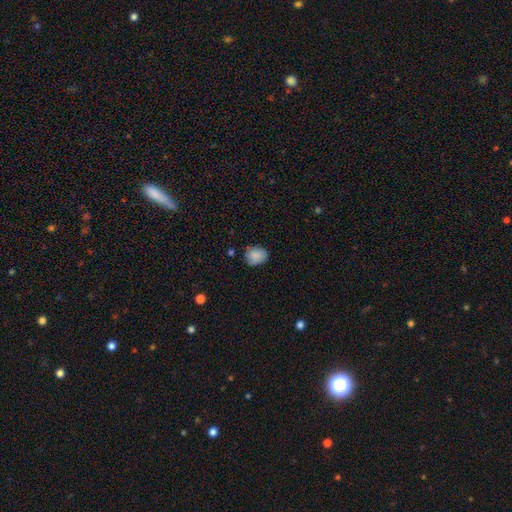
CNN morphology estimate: A smooth galaxy with no disk features (84%) that is round (53%).

Vote fractions:
- Smooth or featured? smooth: 84% / star or artifact: 8% / featured or disk: 8%
- How rounded? round: 53% / in between: 46% / cigar-shaped: 1%
- Merging? none: 72% / minor disturbance: 22% / major disturbance: 4% / merger: 2%